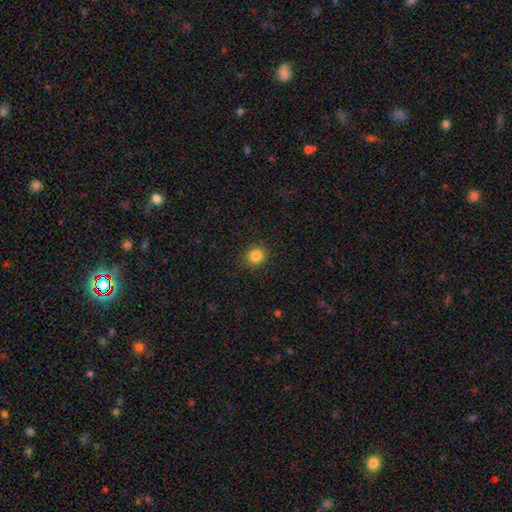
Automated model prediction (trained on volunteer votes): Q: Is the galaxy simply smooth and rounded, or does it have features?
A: smooth — 84%.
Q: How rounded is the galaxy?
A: round — 83%.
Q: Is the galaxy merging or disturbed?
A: none — 89%.